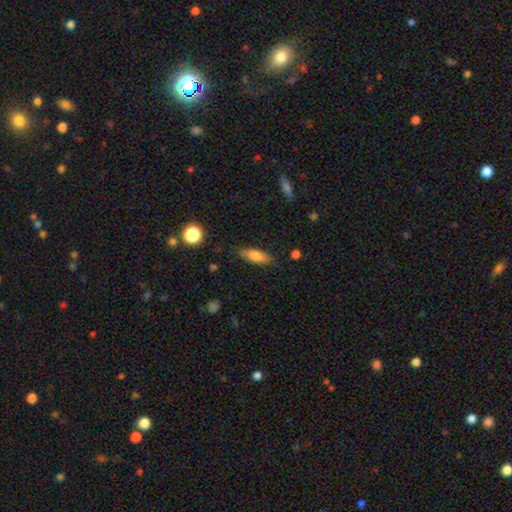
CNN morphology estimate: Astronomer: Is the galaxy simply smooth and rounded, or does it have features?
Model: smooth — 75%.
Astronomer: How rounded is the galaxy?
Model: in between — 59% (runner-up: cigar-shaped, 39%).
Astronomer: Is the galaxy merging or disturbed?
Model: none — 84%.